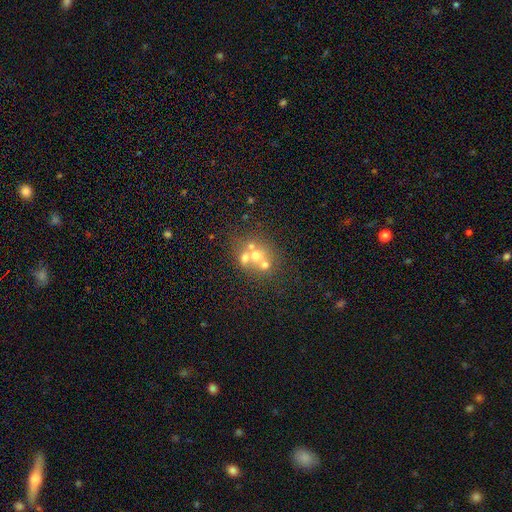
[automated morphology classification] This is marginally a smooth galaxy (45%). Merging: possibly merger (48%).